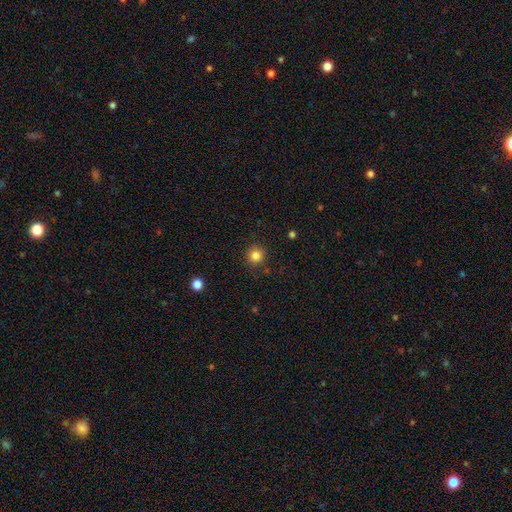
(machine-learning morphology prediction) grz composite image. It shows a smooth galaxy with no disk features (83%) that is round (94%). Merging: none (90%).